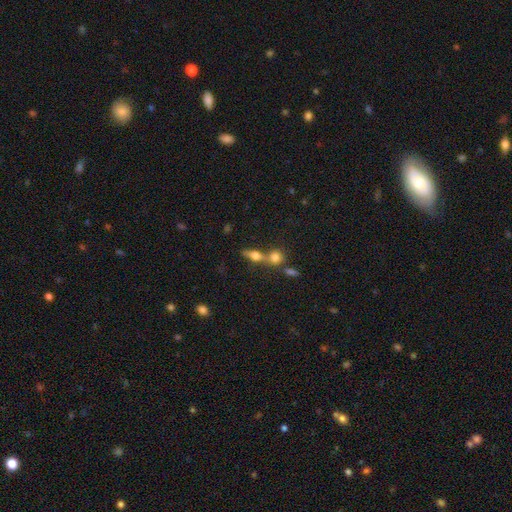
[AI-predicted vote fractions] smooth 54%, featured or disk 34%, star or artifact 12%. Down the decision tree: how rounded — in between (47%); merging — none (45%).